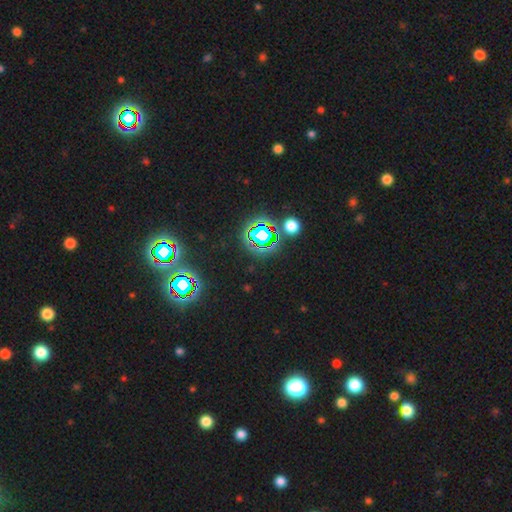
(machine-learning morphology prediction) Smooth or featured? star or artifact (79%)